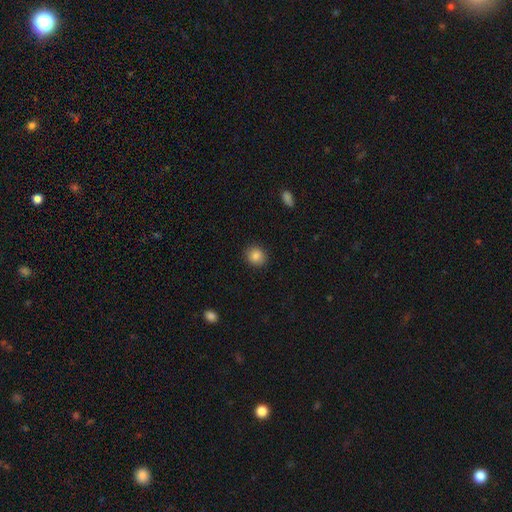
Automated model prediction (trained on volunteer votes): smooth 85%, star or artifact 10%, featured or disk 5%. Down the decision tree: how rounded — round (81%); merging — none (90%).